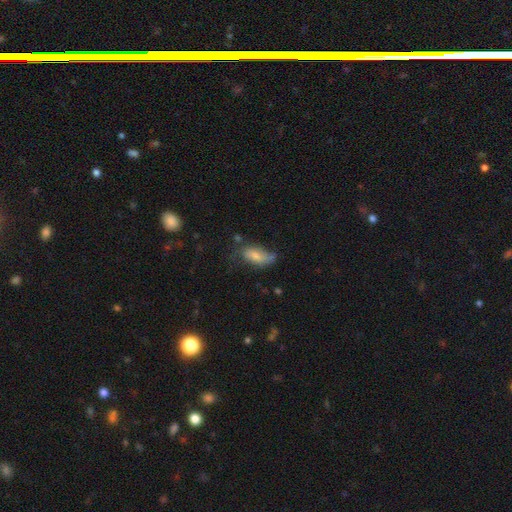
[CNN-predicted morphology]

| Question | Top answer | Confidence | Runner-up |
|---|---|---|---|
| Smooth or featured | smooth | 61% | featured or disk (31%) |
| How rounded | in between | 88% | cigar-shaped (8%) |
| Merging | none | 44% | minor disturbance (32%) |